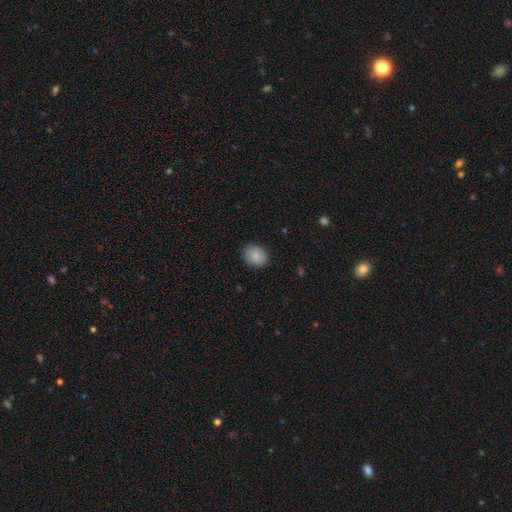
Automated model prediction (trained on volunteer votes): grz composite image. It shows a smooth galaxy with no disk features (87%) that is round (58%). Merging: none (86%).